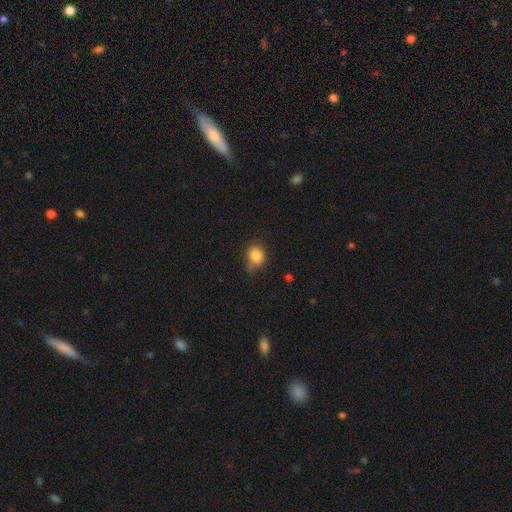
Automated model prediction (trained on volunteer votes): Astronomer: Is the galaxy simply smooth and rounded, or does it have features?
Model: smooth — 84%.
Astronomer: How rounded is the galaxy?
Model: round — 59% (runner-up: in between, 40%).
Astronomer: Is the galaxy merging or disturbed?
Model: none — 61%.